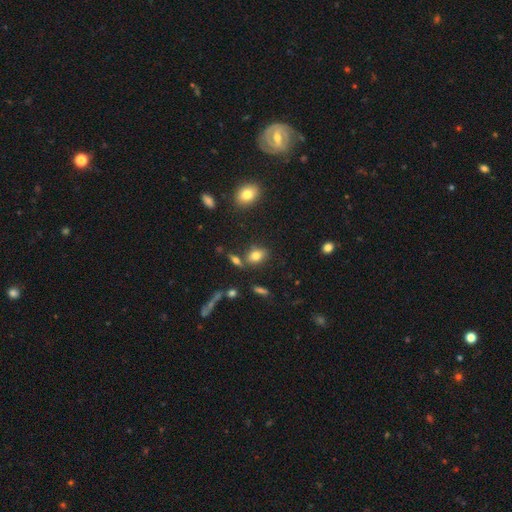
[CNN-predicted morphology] Overall: smooth (78%). How rounded: in between (78%). Merging: none (69%).